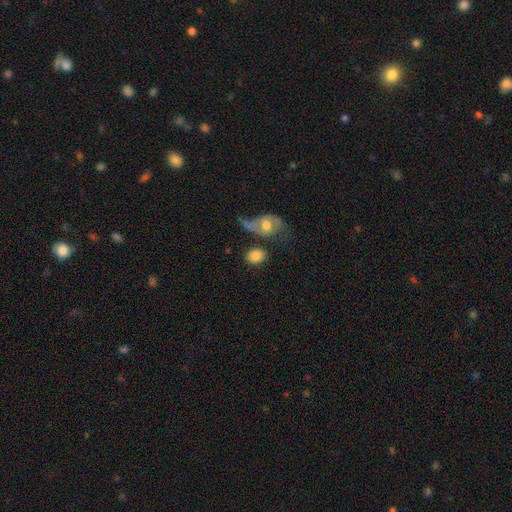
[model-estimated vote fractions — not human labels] This is likely a smooth galaxy (78%). How rounded: likely in between (63%). Merging: possibly none (52%).